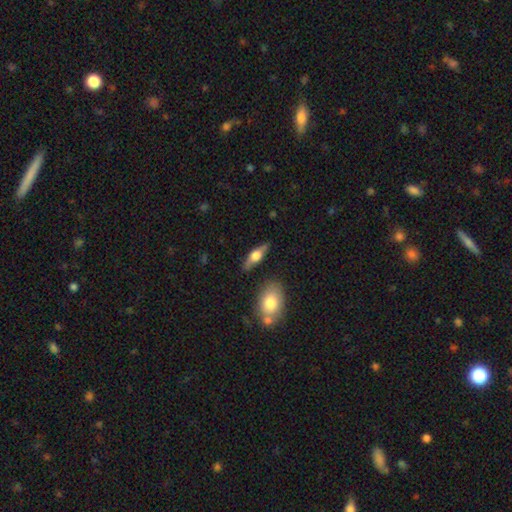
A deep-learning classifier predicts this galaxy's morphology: This appears to be a featured or disk galaxy (56%) viewed edge-on (91%) with a rounded central bulge (93%). Merging: none (84%).